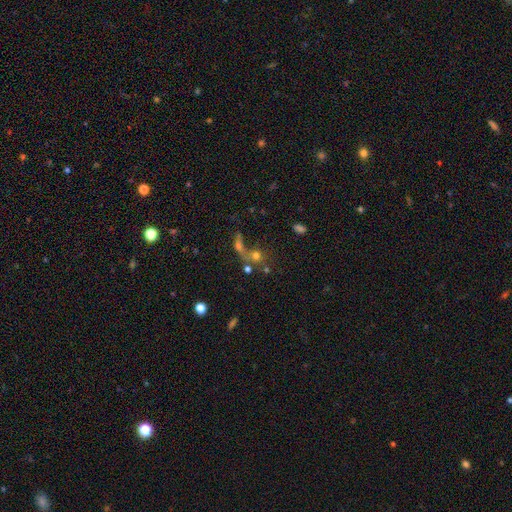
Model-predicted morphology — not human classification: Smooth or featured: smooth — 59% (featured or disk — 21%)
How rounded: round — 77% (in between — 20%)
Merging: merger — 49% (none — 30%)